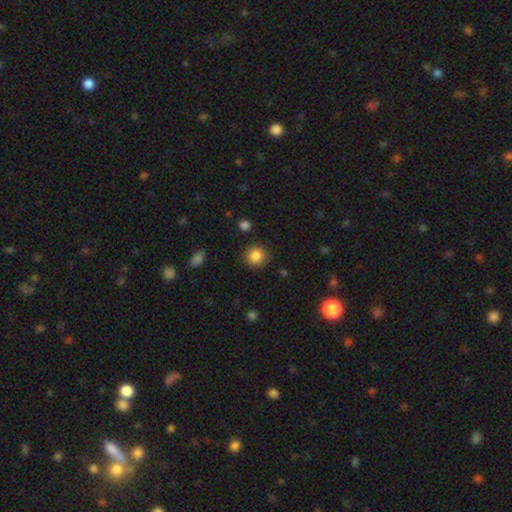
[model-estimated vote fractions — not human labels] This appears to be a smooth galaxy with no disk features (86%) that is round (90%). Merging: none (88%).